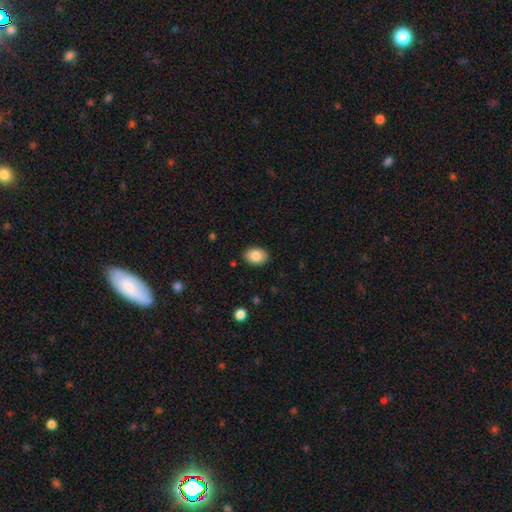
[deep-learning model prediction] This appears to be a smooth galaxy with no disk features (85%) that is in between round and cigar-shaped (77%). Merging: none (88%).